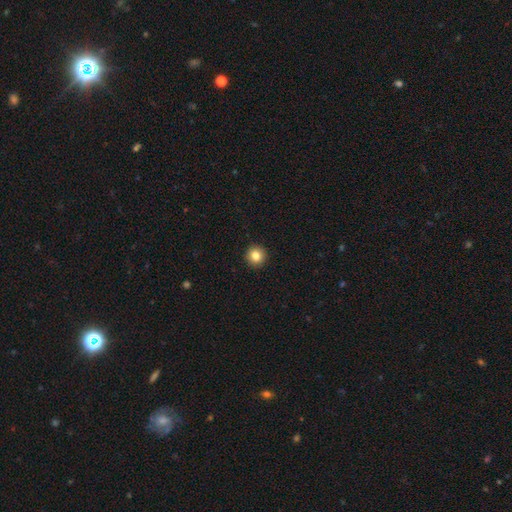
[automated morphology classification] A smooth galaxy with no disk features (83%) that is round (95%). Merging: none (94%).